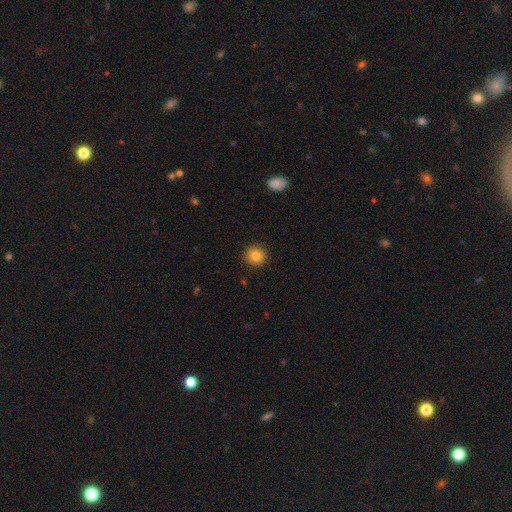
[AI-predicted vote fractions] smooth_or_featured: smooth (p=0.83) [alt: star or artifact p=0.10]
how_rounded: round (p=0.94) [alt: in between p=0.05]
merging: none (p=0.92) [alt: minor disturbance p=0.05]